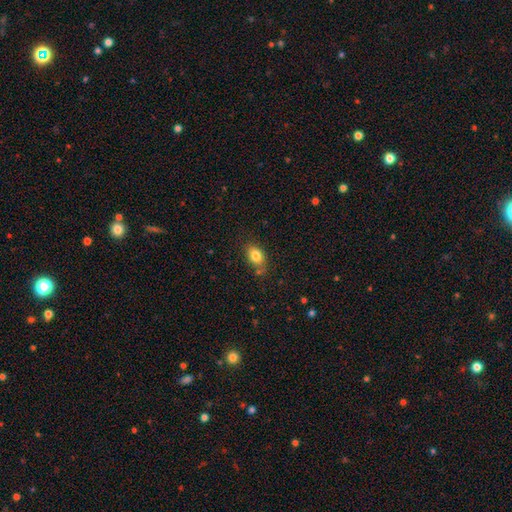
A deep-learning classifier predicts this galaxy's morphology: smooth 82%, featured or disk 9%, star or artifact 9%. Down the decision tree: how rounded — in between (80%); merging — none (71%).